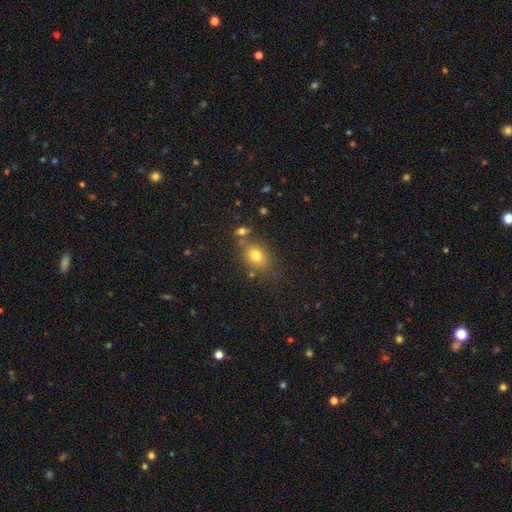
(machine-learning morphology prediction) This is likely a smooth galaxy (77%). How rounded: likely in between (62%). Merging: likely none (70%).